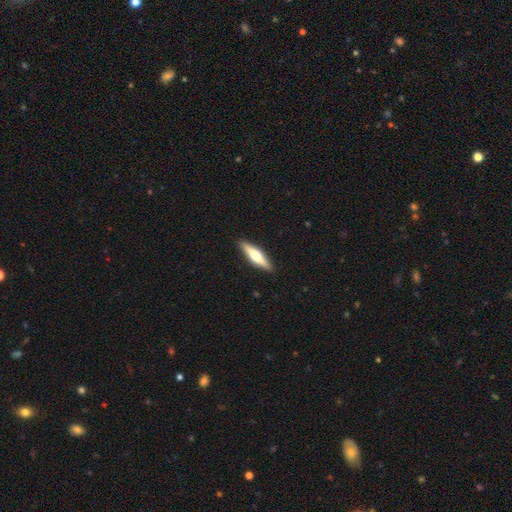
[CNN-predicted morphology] Smooth or featured? featured or disk (53%)
Edge-on disk? yes (94%)
Edge-on bulge? rounded (94%)
Merging? none (91%)